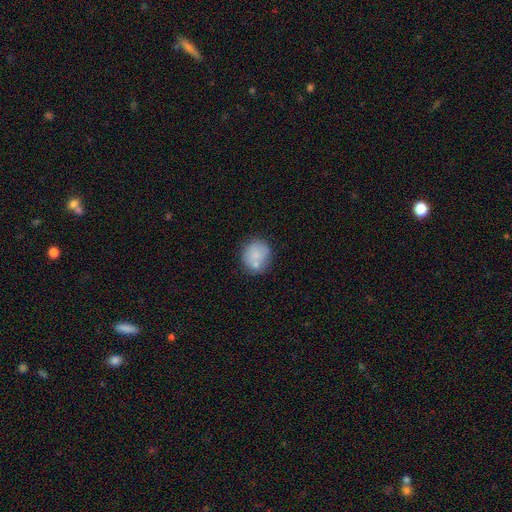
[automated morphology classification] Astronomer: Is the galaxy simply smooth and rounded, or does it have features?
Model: smooth — 78%.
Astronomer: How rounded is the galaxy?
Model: round — 83%.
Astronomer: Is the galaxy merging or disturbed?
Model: none — 59%.